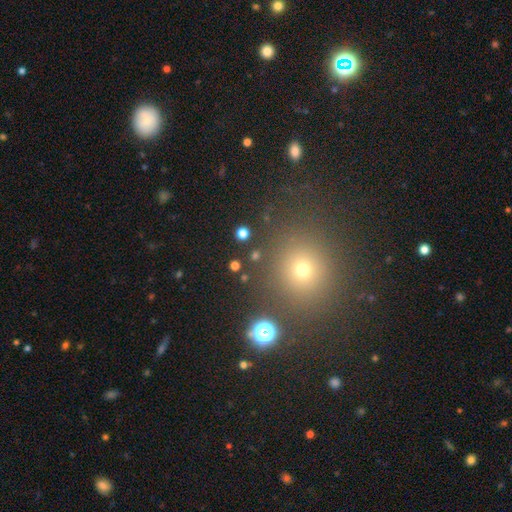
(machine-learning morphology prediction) This is possibly a smooth galaxy (58%). How rounded: clearly round (85%). Merging: clearly none (83%).